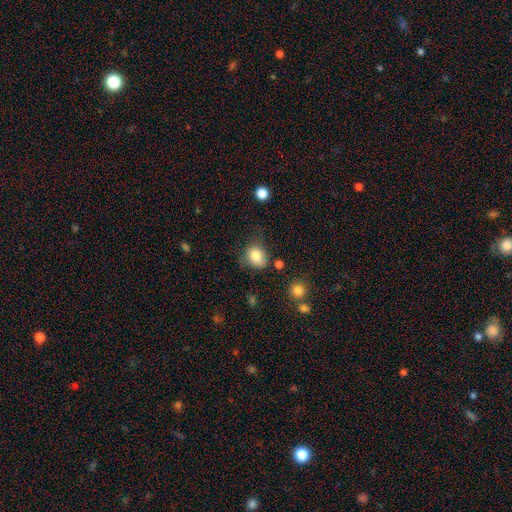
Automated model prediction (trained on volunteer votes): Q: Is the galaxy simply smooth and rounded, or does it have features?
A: smooth — 81%.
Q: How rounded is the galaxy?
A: round — 66%.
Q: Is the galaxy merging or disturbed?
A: none — 59%.